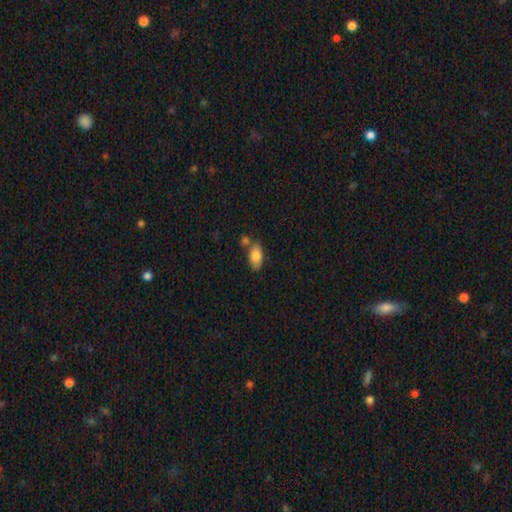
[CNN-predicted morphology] Smooth or featured? Predicted: smooth (p=0.81). How rounded? Predicted: in between (p=0.92). Merging? Predicted: none (p=0.64).